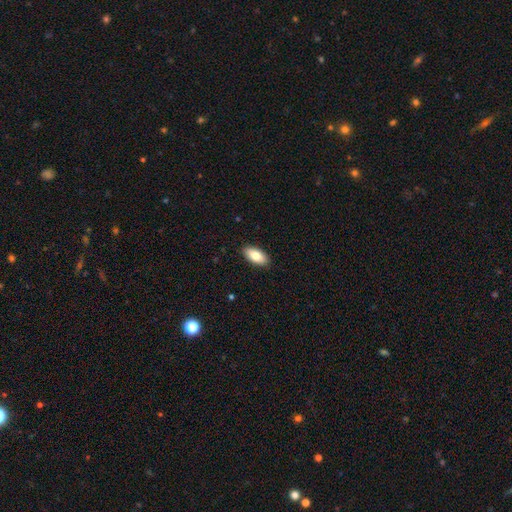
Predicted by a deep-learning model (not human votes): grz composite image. It shows a smooth galaxy with no disk features (82%) that is in between round and cigar-shaped (92%). Merging: none (90%).